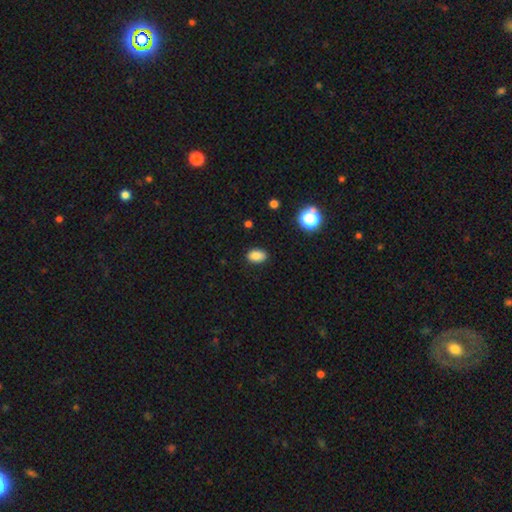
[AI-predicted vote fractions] A smooth galaxy with no disk features (84%) that is in between round and cigar-shaped (85%). Merging: none (86%).